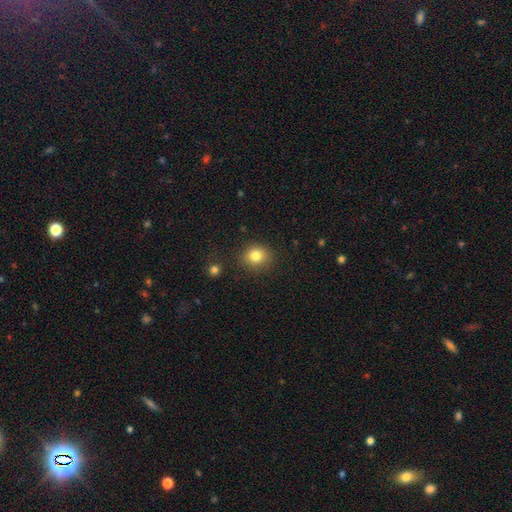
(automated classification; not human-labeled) Smooth or featured? smooth (81%)
How rounded? round (77%)
Merging? none (84%)